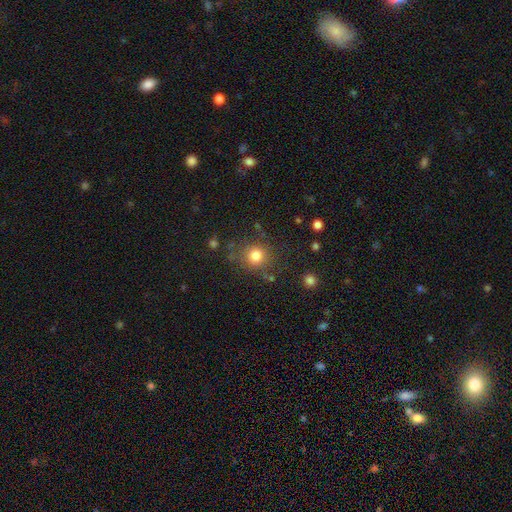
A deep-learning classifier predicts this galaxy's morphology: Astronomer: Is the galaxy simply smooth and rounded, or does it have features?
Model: smooth — 81%.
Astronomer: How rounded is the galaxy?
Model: round — 89%.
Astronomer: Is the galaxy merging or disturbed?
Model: none — 79%.